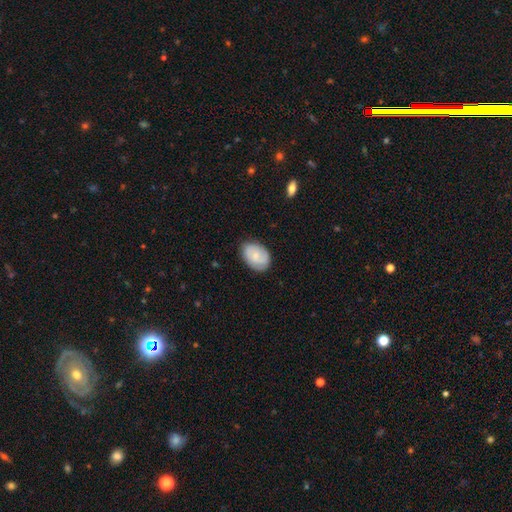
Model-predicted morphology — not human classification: A smooth galaxy with no disk features (64%) that is in between round and cigar-shaped (81%).

Vote fractions:
- Smooth or featured? smooth: 64% / featured or disk: 29% / star or artifact: 7%
- How rounded? in between: 81% / round: 18% / cigar-shaped: 1%
- Merging? none: 79% / minor disturbance: 16% / major disturbance: 3% / merger: 1%